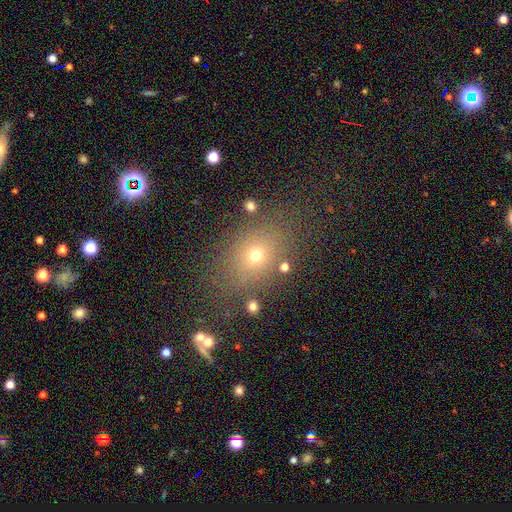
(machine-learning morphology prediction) Smooth or featured?
  - smooth: 64% *
  - star or artifact: 21%
  - featured or disk: 15%
How rounded?
  - in between: 56% *
  - round: 42%
  - cigar-shaped: 2%
Merging?
  - none: 76% *
  - minor disturbance: 13%
  - major disturbance: 7%
  - merger: 4%